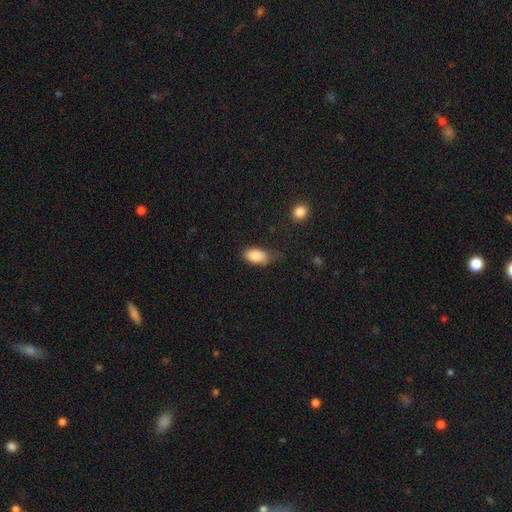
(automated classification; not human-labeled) Smooth or featured: smooth — 84% (featured or disk — 9%)
How rounded: in between — 92% (round — 5%)
Merging: none — 53% (minor disturbance — 35%)